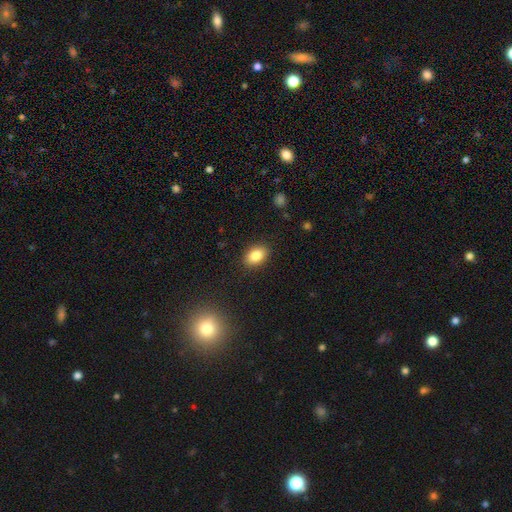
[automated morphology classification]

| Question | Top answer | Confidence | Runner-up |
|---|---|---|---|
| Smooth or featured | smooth | 85% | star or artifact (9%) |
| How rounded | in between | 84% | round (14%) |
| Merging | none | 88% | minor disturbance (8%) |